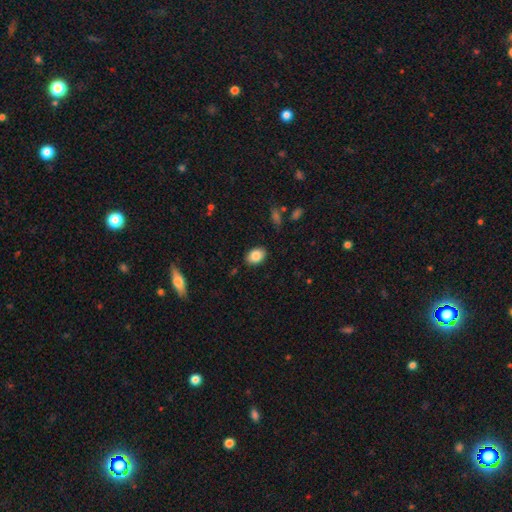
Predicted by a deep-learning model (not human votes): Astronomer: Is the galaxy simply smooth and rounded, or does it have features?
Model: smooth — 86%.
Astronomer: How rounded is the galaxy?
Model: in between — 78%.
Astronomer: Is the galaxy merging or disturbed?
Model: none — 87%.